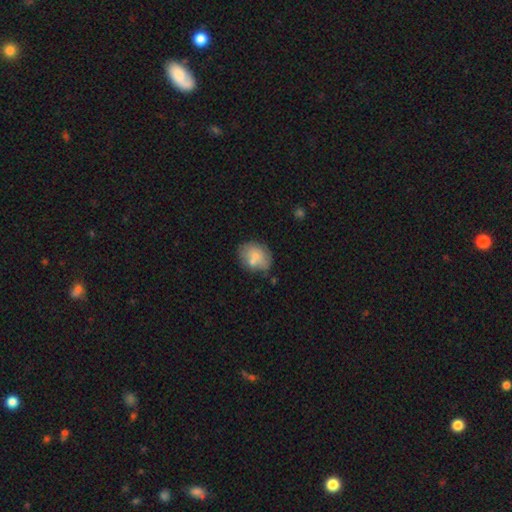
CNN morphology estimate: Smooth or featured: smooth — 70% (featured or disk — 21%)
How rounded: in between — 61% (round — 38%)
Merging: none — 62% (minor disturbance — 19%)